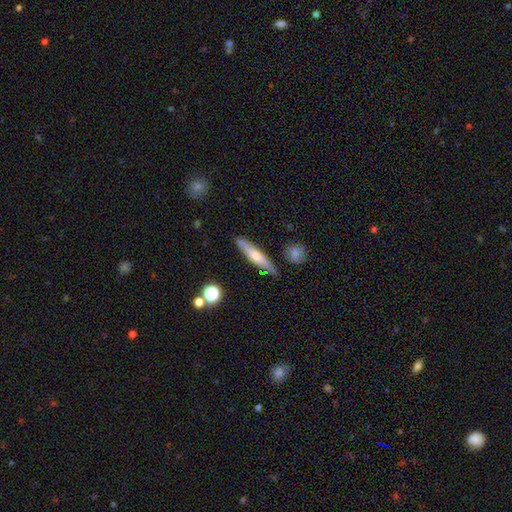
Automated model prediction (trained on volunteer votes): Overall: smooth (56%; featured or disk 38%). How rounded: cigar-shaped (85%). Merging: none (82%).